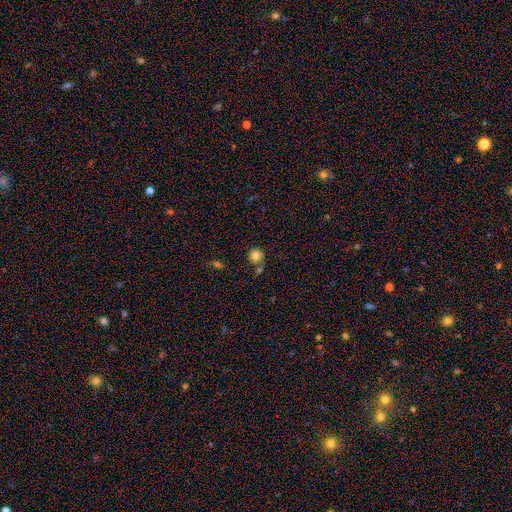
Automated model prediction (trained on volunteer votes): Smooth or featured: smooth — 81% (star or artifact — 11%)
How rounded: round — 92% (in between — 7%)
Merging: none — 70% (merger — 14%)